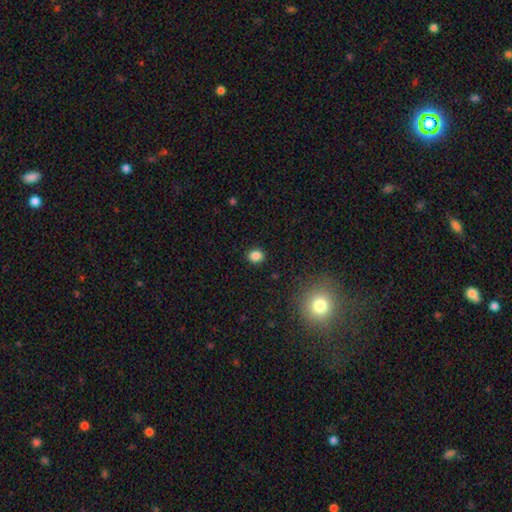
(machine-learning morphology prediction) smooth-or-featured: smooth: 84% | star or artifact: 12% | featured or disk: 4%
  how-rounded: round: 60% | in between: 39% | cigar-shaped: 1%
  merging: none: 90% | minor disturbance: 7% | major disturbance: 2% | merger: 1%